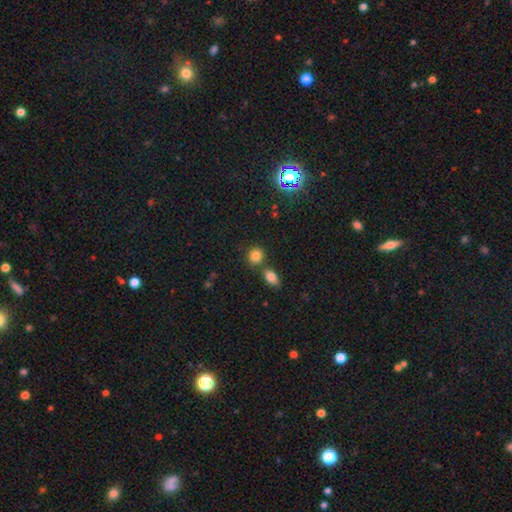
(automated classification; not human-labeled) Morphology: type=smooth (82%); roundness=round (75%); merging=none (65%).